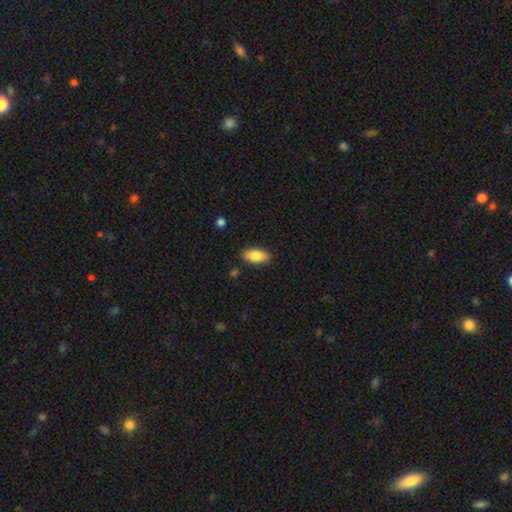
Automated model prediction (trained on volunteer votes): Overall: smooth (85%). How rounded: in between (90%). Merging: none (87%).